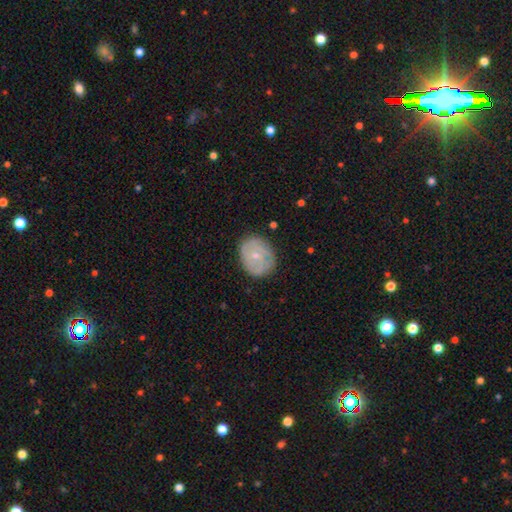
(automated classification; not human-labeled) Smooth or featured? smooth (47%)
Merging? none (78%)